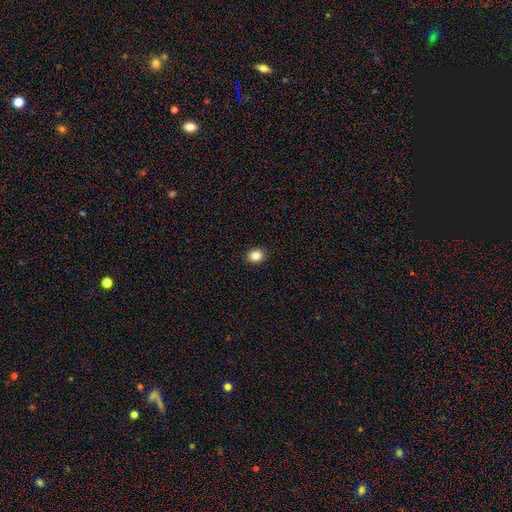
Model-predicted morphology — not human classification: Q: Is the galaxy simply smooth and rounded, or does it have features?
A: smooth — 84%.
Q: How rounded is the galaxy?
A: round — 57%.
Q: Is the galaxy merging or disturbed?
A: none — 91%.